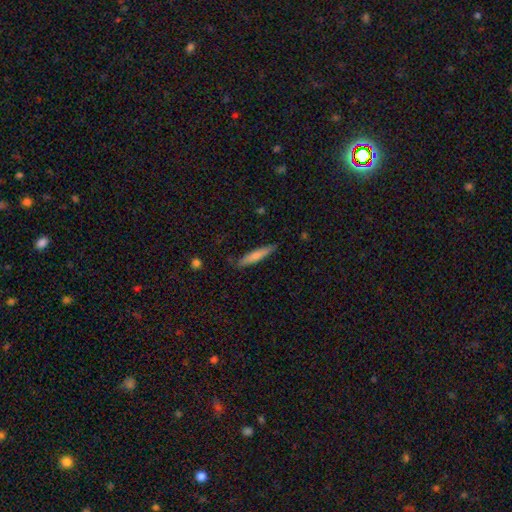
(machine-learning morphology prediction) This appears to be a smooth galaxy with no disk features (72%) that is cigar-shaped (89%). Merging: none (85%).